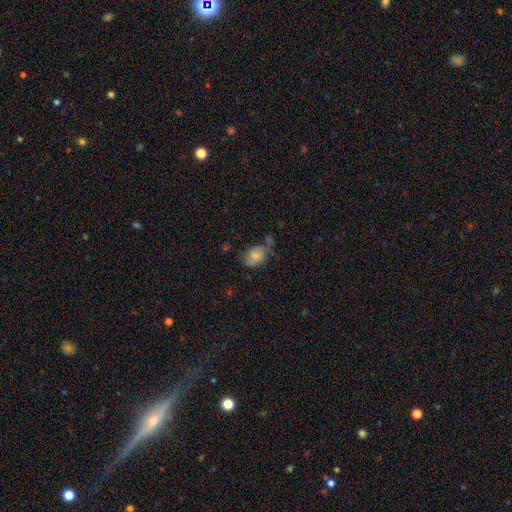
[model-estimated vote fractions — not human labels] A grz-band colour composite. It shows a smooth galaxy with no disk features (72%) that is in between round and cigar-shaped (69%). Merging: none (43%).